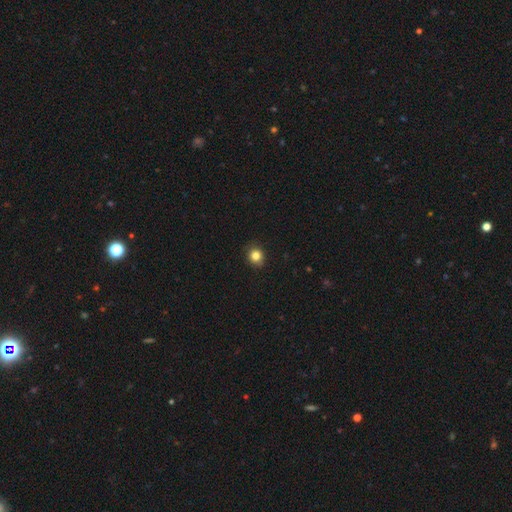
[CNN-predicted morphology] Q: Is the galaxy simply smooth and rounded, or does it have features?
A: smooth — 83%.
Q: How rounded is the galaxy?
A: round — 82%.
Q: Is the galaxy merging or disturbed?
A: none — 87%.